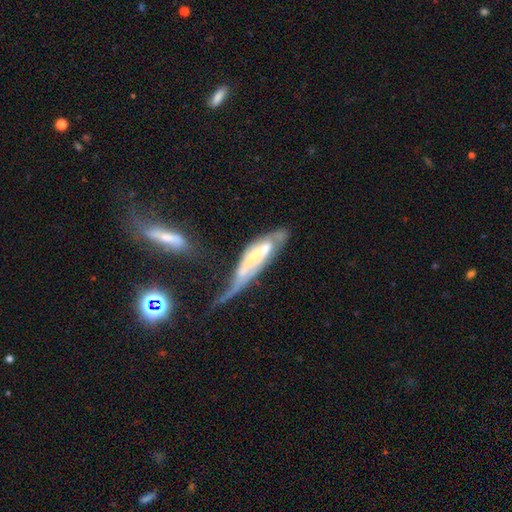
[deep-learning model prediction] Q: Smooth or featured?
A: featured or disk (64%); runner-up: smooth (29%)
Q: Edge-on disk?
A: no (71%); runner-up: yes (29%)
Q: Merging?
A: major disturbance (43%); runner-up: merger (21%)